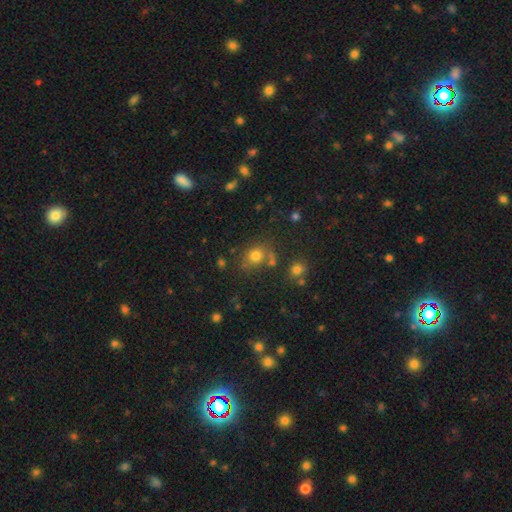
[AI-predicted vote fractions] Smooth or featured? Predicted: smooth (p=0.74). How rounded? Predicted: round (p=0.71). Merging? Predicted: none (p=0.64).